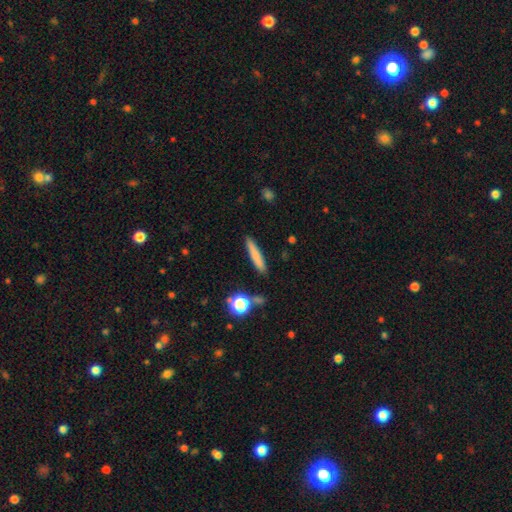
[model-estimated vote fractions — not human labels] smooth-or-featured: smooth: 74% | featured or disk: 17% | star or artifact: 9%
  how-rounded: cigar-shaped: 90% | in between: 8% | round: 2%
  merging: none: 87% | minor disturbance: 9% | merger: 2% | major disturbance: 2%